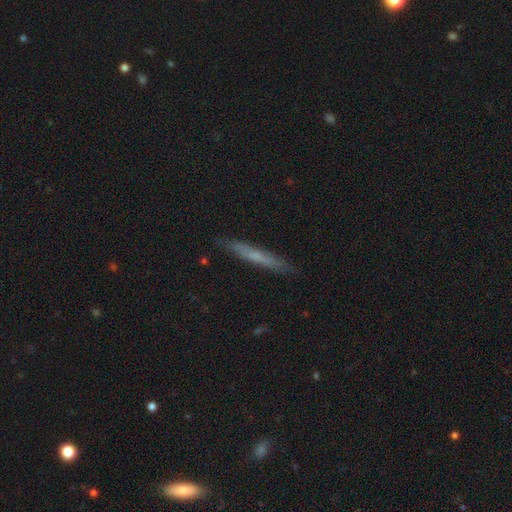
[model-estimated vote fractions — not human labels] Smooth or featured: smooth — 54% (featured or disk — 39%)
How rounded: cigar-shaped — 96% (in between — 3%)
Merging: none — 88% (minor disturbance — 10%)